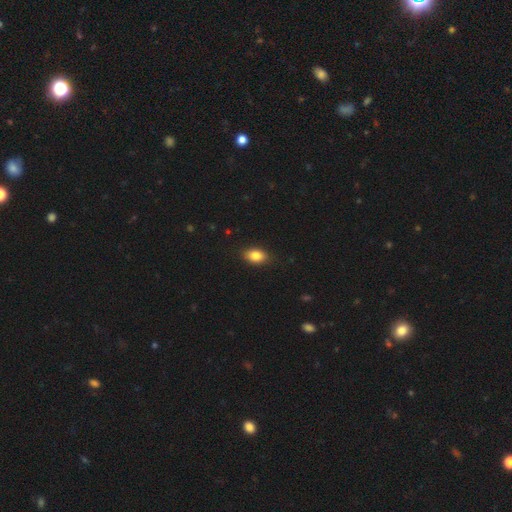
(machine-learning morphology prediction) type=smooth (84%); roundness=in between (86%); merging=none (86%).